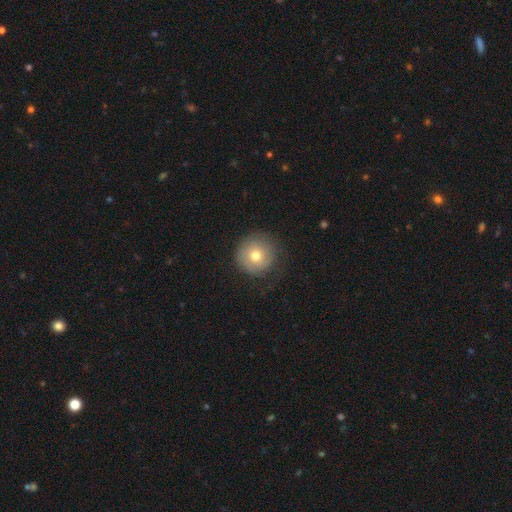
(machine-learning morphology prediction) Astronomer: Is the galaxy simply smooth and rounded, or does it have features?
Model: smooth — 70%.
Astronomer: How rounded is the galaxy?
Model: round — 95%.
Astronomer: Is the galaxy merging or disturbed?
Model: none — 77%.